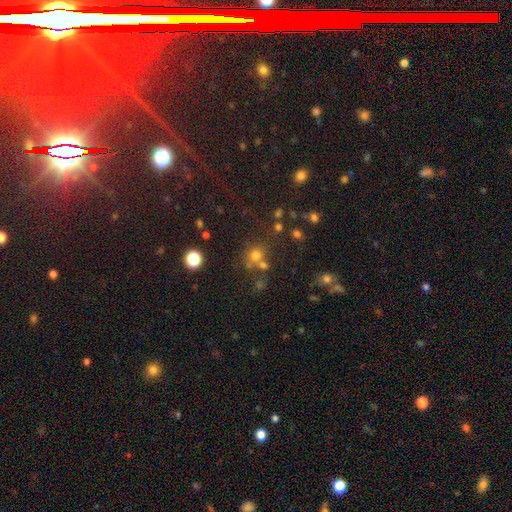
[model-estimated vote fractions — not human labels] smooth 61%, star or artifact 29%, featured or disk 10%. Down the decision tree: how rounded — round (85%); merging — none (62%).